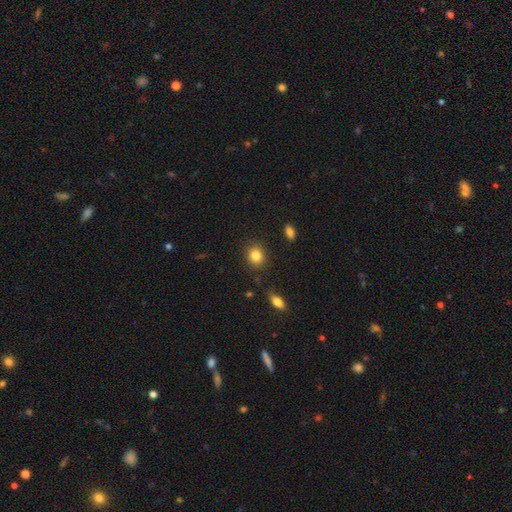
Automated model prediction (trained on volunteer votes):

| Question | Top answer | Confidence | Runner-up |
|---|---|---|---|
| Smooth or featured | smooth | 85% | star or artifact (9%) |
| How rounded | round | 64% | in between (35%) |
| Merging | none | 85% | minor disturbance (10%) |